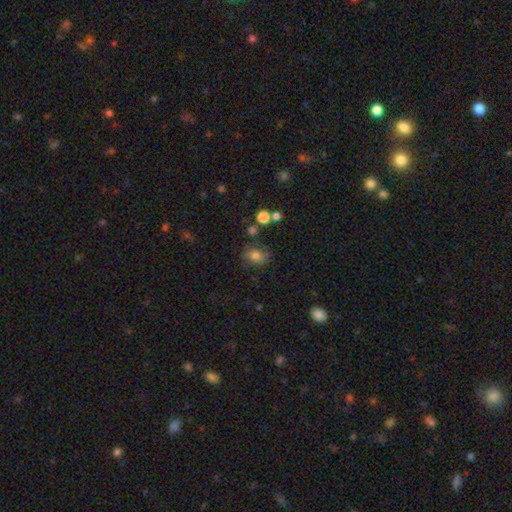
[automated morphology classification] A smooth galaxy with no disk features (71%) that is in between round and cigar-shaped (56%).

Vote fractions:
- Smooth or featured? smooth: 71% / featured or disk: 16% / star or artifact: 13%
- How rounded? in between: 56% / round: 43% / cigar-shaped: 1%
- Merging? none: 68% / minor disturbance: 20% / major disturbance: 8% / merger: 4%